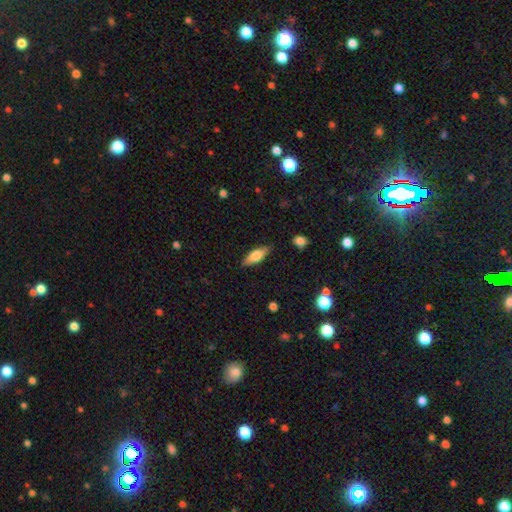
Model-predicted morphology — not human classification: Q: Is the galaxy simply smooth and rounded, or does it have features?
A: smooth — 62%.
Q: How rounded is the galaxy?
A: in between — 56%.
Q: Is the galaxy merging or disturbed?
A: none — 85%.